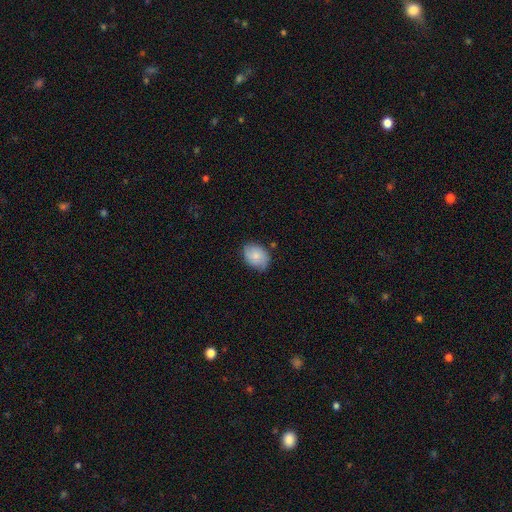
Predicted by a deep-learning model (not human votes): This appears to be a smooth galaxy with no disk features (76%) that is in between round and cigar-shaped (72%). Merging: none (72%).